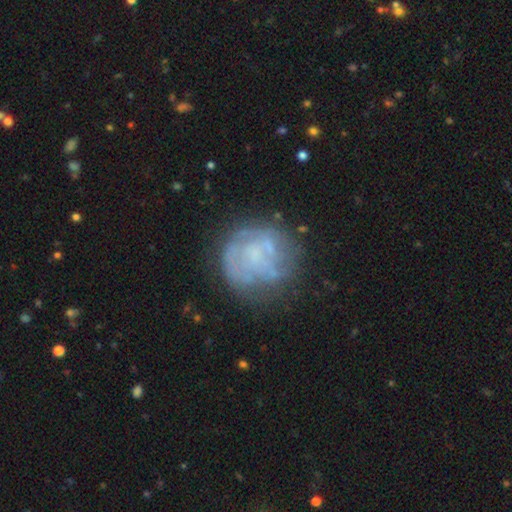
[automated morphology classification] featured or disk 60%, smooth 29%, star or artifact 11%. Down the decision tree: edge-on disk — no (98%); bar — no (82%); spiral arms — no (60%); bulge size — none (55%); merging — none (64%).